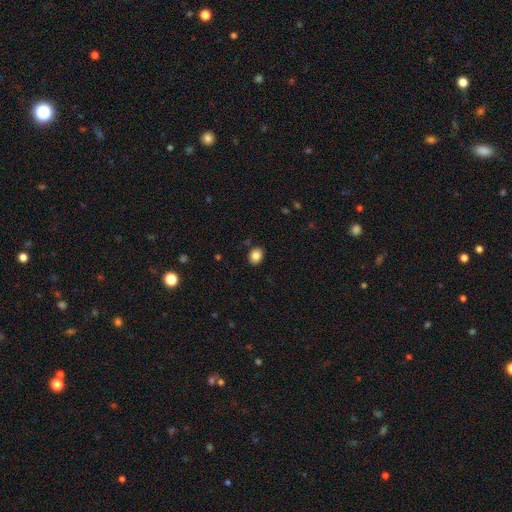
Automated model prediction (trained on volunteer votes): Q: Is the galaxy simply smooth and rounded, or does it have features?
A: smooth — 85%.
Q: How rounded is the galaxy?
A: round — 54%.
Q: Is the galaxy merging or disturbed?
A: none — 87%.